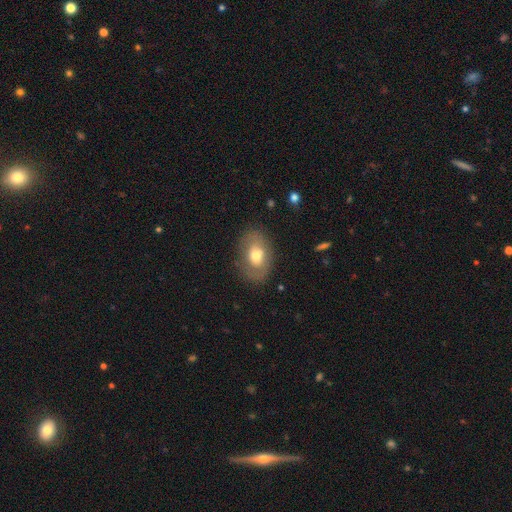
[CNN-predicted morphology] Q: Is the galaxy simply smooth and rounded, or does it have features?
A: smooth — 56%.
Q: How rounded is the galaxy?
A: in between — 81%.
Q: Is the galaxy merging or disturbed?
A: none — 70%.